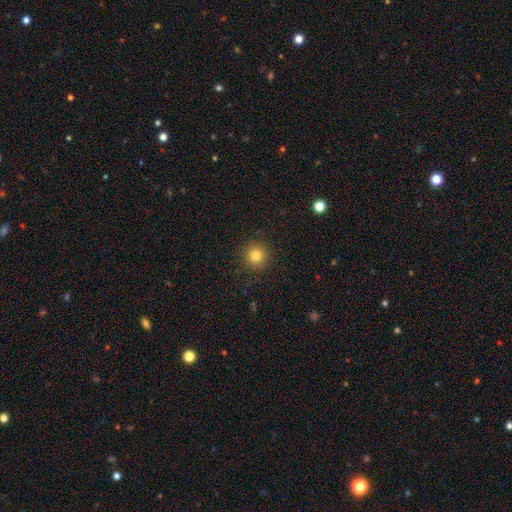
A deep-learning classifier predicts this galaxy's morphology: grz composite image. It shows a smooth galaxy with no disk features (81%) that is round (95%). Merging: none (90%).